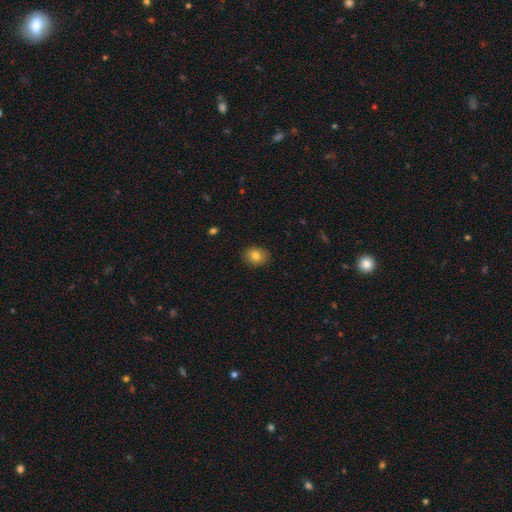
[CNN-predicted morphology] Smooth or featured?
  - smooth: 81% *
  - star or artifact: 10%
  - featured or disk: 9%
How rounded?
  - round: 59% *
  - in between: 40%
  - cigar-shaped: 1%
Merging?
  - none: 88% *
  - minor disturbance: 9%
  - major disturbance: 2%
  - merger: 1%